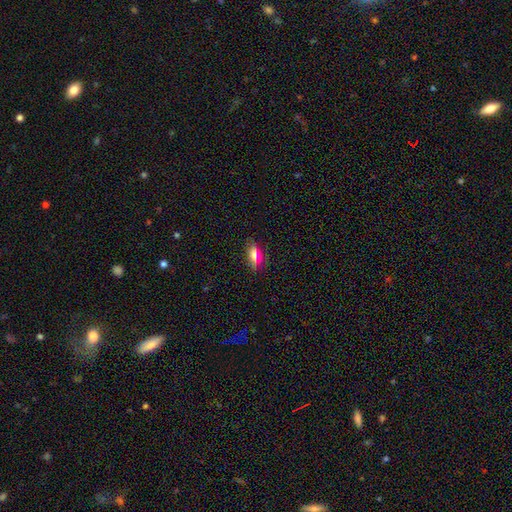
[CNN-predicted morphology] The model was most divided on "smooth or featured": smooth: 64%, featured or disk: 18%, star or artifact: 18%. More confident: merging — none (85%); how rounded — in between (73%).